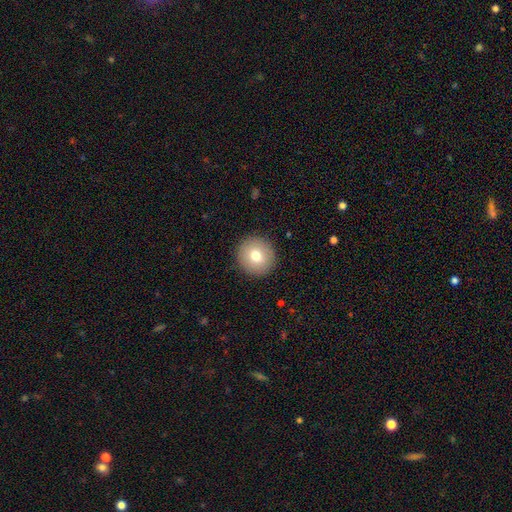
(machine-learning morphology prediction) type=smooth (76%); roundness=round (93%); merging=none (92%).